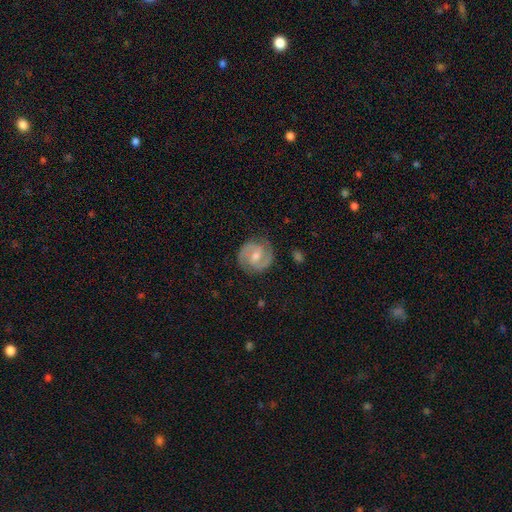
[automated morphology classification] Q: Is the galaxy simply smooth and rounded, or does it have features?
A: featured or disk — 83%.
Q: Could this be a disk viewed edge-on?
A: no — 98%.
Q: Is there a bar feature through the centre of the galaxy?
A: weak — 55%.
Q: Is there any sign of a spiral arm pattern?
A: yes — 96%.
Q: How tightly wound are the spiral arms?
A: medium — 51%.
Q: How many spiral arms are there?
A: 2 — 92%.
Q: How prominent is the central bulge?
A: moderate — 60%.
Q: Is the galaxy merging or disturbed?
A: none — 84%.